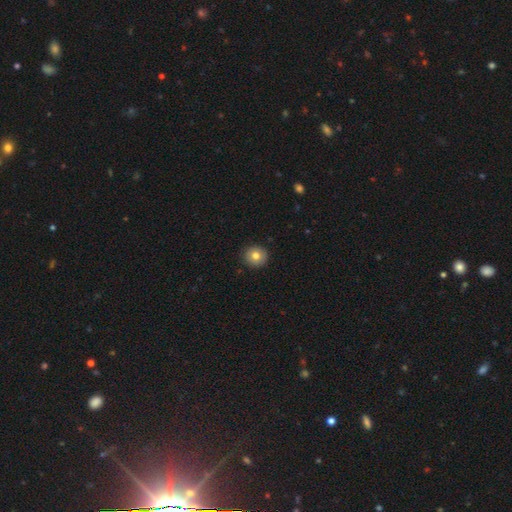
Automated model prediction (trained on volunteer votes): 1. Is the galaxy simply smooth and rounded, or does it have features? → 79% smooth, 11% featured or disk, 10% star or artifact.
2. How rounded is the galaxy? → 93% round, 6% in between, 1% cigar-shaped.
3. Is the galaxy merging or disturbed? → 91% none, 6% minor disturbance, 2% major disturbance, 1% merger.